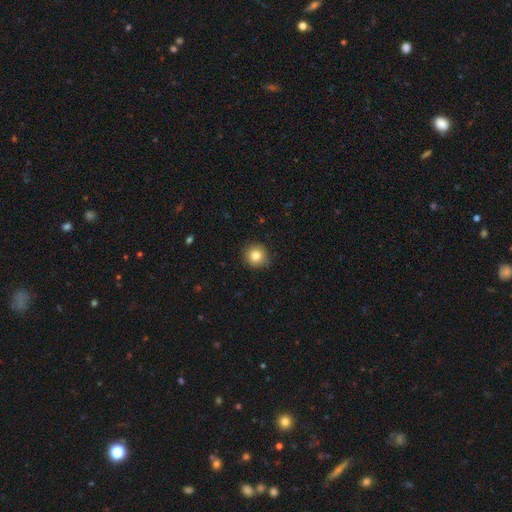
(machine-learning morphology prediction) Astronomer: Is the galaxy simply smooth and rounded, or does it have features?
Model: smooth — 83%.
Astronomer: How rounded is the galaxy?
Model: round — 92%.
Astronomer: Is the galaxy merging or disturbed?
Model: none — 88%.